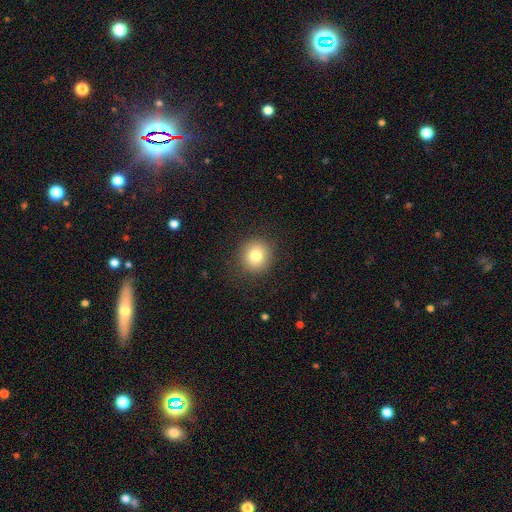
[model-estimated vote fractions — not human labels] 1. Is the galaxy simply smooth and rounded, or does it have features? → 80% smooth, 11% star or artifact, 9% featured or disk.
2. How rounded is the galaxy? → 91% round, 8% in between, 1% cigar-shaped.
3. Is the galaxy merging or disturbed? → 89% none, 7% minor disturbance, 3% major disturbance, 1% merger.